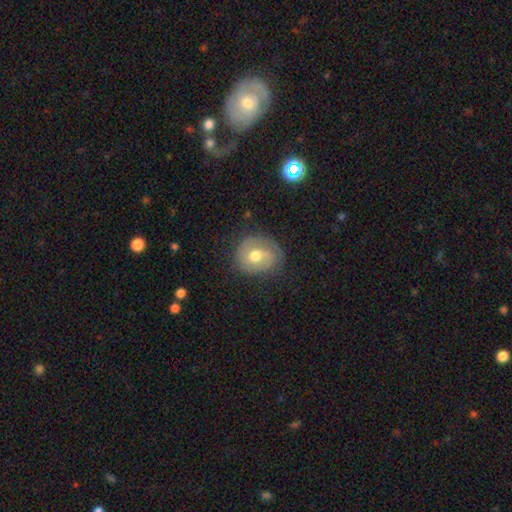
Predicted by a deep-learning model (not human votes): Smooth or featured?
  - smooth: 49% *
  - featured or disk: 44%
  - star or artifact: 8%
Merging?
  - none: 69% *
  - minor disturbance: 21%
  - major disturbance: 8%
  - merger: 1%